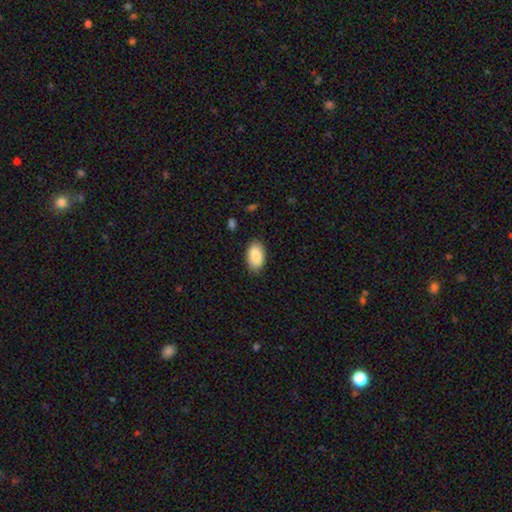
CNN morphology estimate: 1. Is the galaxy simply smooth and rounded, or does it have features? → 88% smooth, 6% featured or disk, 6% star or artifact.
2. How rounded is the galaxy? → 95% in between, 4% round, 2% cigar-shaped.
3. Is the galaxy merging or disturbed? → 86% none, 11% minor disturbance, 2% major disturbance, 1% merger.